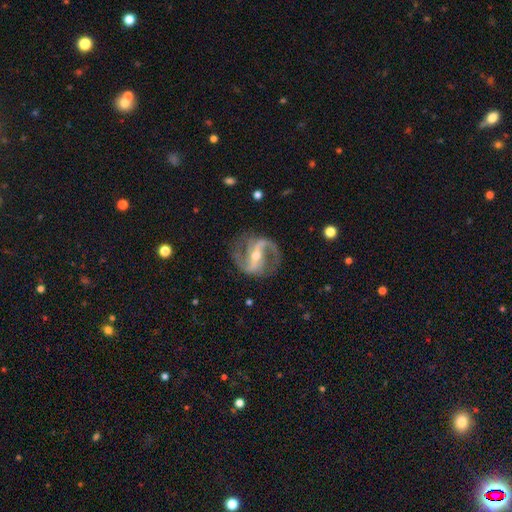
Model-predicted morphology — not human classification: featured or disk 92%, star or artifact 5%, smooth 3%. Down the decision tree: edge-on disk — no (97%); bar — strong (61%); spiral arms — yes (97%); spiral arm count — 2 (92%); spiral winding — medium (51%); bulge size — moderate (49%); merging — none (80%).